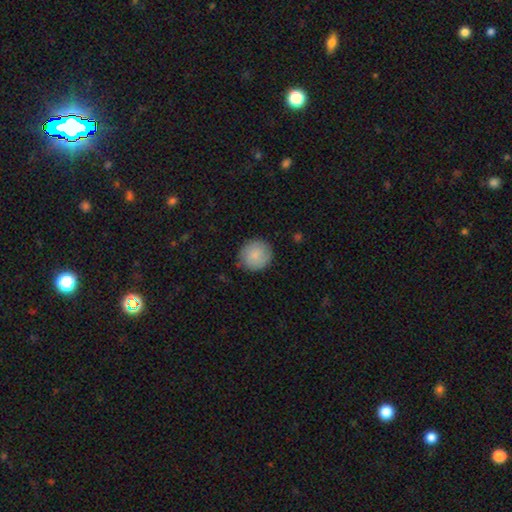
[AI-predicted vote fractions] smooth_or_featured: smooth (p=0.82) [alt: featured or disk p=0.12]
how_rounded: round (p=0.90) [alt: in between p=0.09]
merging: none (p=0.84) [alt: minor disturbance p=0.12]